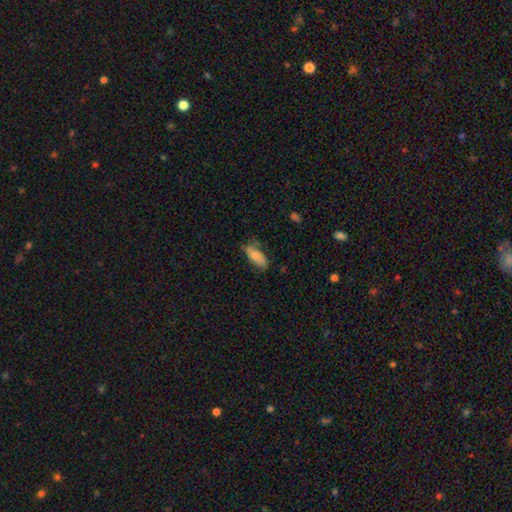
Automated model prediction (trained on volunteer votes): Smooth or featured: smooth — 75% (featured or disk — 18%)
How rounded: in between — 82% (cigar-shaped — 16%)
Merging: none — 59% (minor disturbance — 29%)